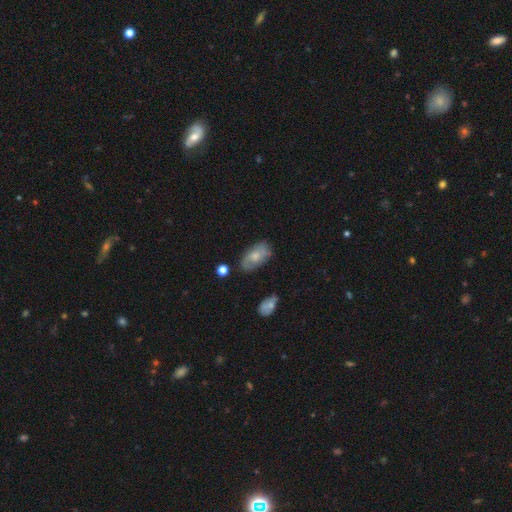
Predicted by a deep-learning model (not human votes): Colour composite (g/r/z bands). It shows a smooth galaxy with no disk features (58%) that is in between round and cigar-shaped (92%). Merging: none (66%).